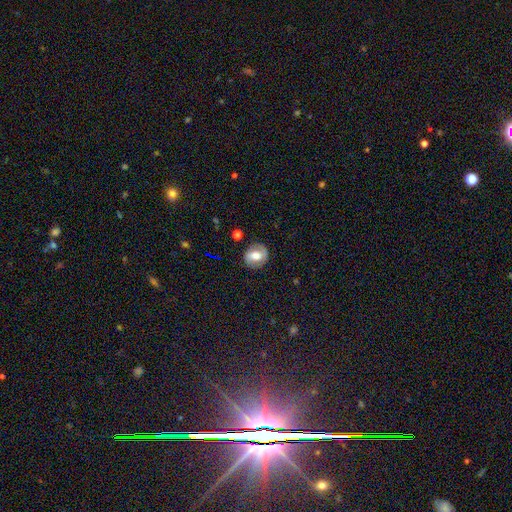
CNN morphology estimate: smooth 51%, featured or disk 40%, star or artifact 9%. Down the decision tree: how rounded — round (72%); merging — none (83%).